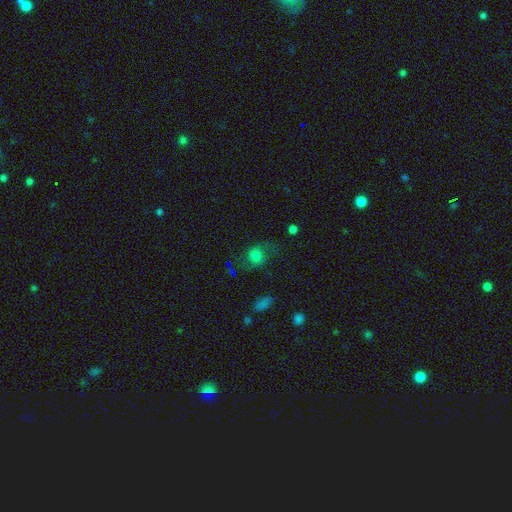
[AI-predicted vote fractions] smooth-or-featured: smooth: 61% | featured or disk: 22% | star or artifact: 18%
  how-rounded: round: 67% | in between: 32% | cigar-shaped: 2%
  merging: none: 59% | minor disturbance: 23% | major disturbance: 16% | merger: 3%